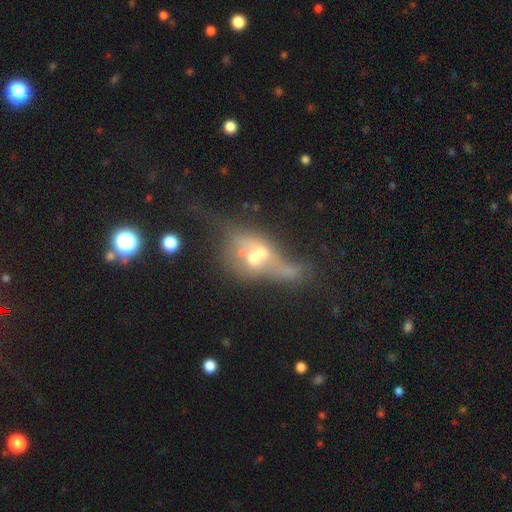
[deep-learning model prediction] Smooth or featured: featured or disk — 50% (smooth — 37%)
Merging: merger — 65% (major disturbance — 15%)